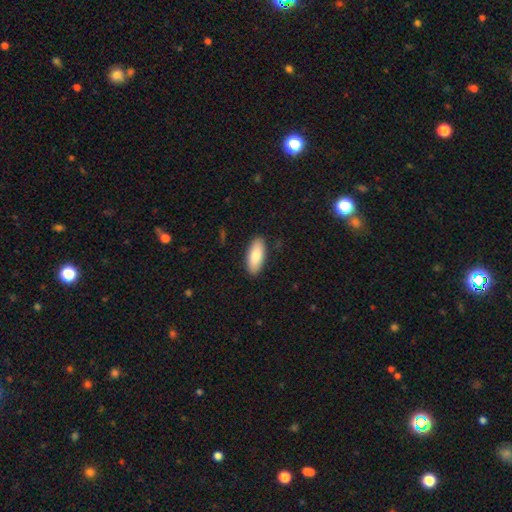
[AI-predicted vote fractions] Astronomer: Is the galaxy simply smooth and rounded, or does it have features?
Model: smooth — 83%.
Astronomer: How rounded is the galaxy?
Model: in between — 84%.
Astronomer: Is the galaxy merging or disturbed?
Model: none — 88%.